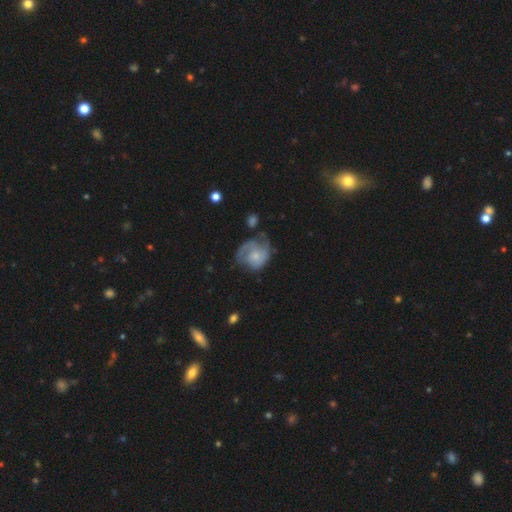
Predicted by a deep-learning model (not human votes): Smooth or featured?
  - featured or disk: 75% *
  - smooth: 19%
  - star or artifact: 6%
Edge-on disk?
  - no: 98% *
  - yes: 2%
Bar?
  - no: 74% *
  - weak: 23%
  - strong: 3%
Spiral arms?
  - yes: 91% *
  - no: 9%
Spiral winding?
  - medium: 43% *
  - tight: 38%
  - loose: 19%
Spiral arm count?
  - 2: 50% *
  - can't tell: 17%
  - 3: 14%
  - 1: 13%
  - 4: 3%
  - more than 4: 3%
Bulge size?
  - small: 61% *
  - moderate: 29%
  - none: 6%
  - large: 3%
  - dominant: 1%
Merging?
  - none: 50% *
  - minor disturbance: 26%
  - major disturbance: 21%
  - merger: 3%